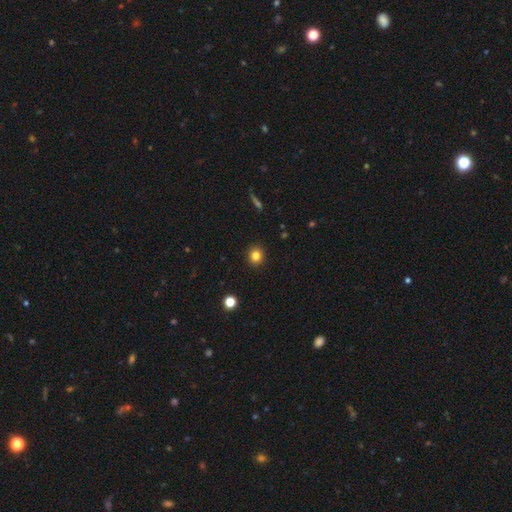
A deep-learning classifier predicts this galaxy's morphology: Smooth or featured? Predicted: smooth (p=0.83). How rounded? Predicted: round (p=0.85). Merging? Predicted: none (p=0.92).